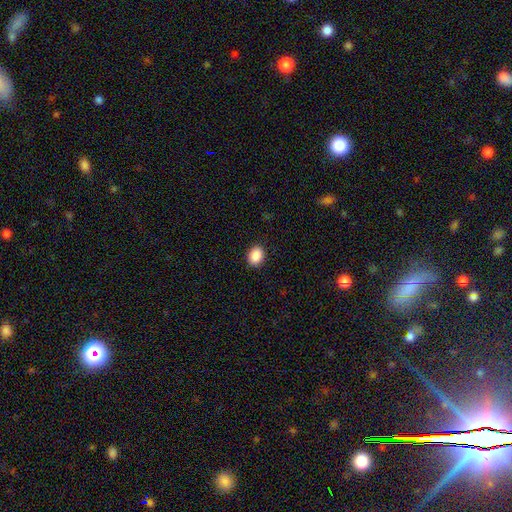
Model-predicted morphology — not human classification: smooth 89%, star or artifact 8%, featured or disk 3%. Down the decision tree: how rounded — in between (58%); merging — none (90%).